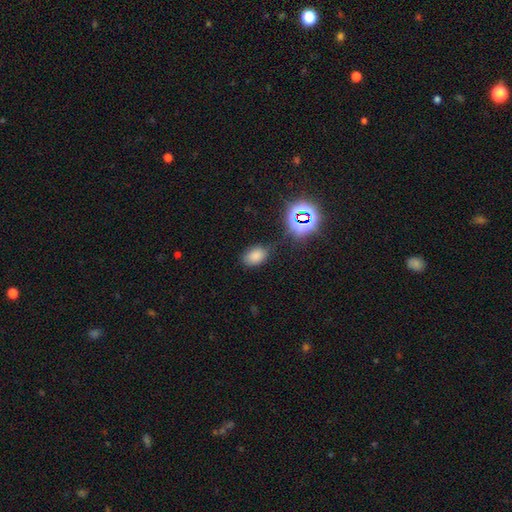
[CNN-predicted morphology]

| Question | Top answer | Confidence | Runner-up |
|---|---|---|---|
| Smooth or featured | smooth | 74% | star or artifact (20%) |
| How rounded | in between | 82% | round (16%) |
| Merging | none | 72% | minor disturbance (19%) |